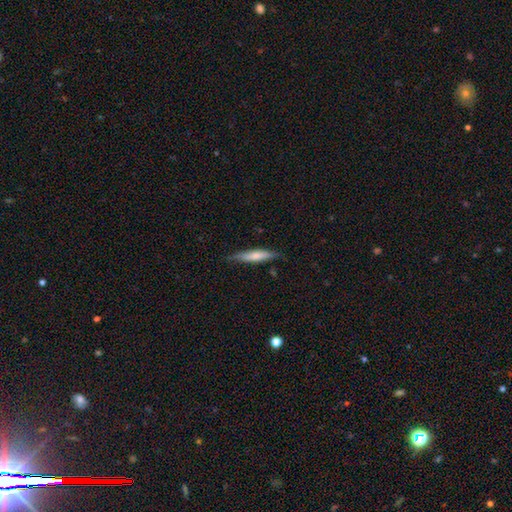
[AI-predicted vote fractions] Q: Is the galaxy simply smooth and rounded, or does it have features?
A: smooth — 60%.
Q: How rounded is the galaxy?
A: cigar-shaped — 86%.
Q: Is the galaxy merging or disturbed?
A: none — 80%.